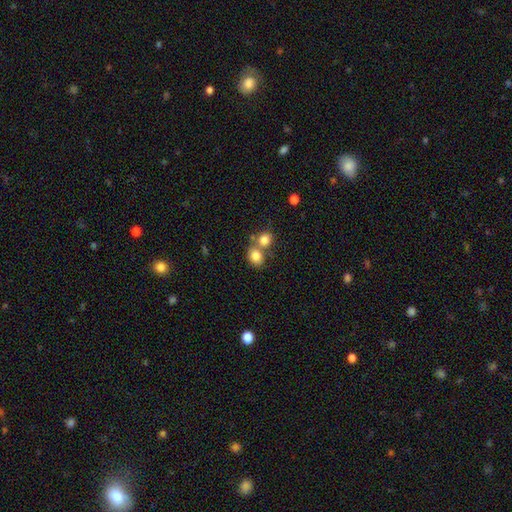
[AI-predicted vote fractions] Smooth or featured? Predicted: smooth (p=0.81). How rounded? Predicted: round (p=0.60). Merging? Predicted: merger (p=0.47).